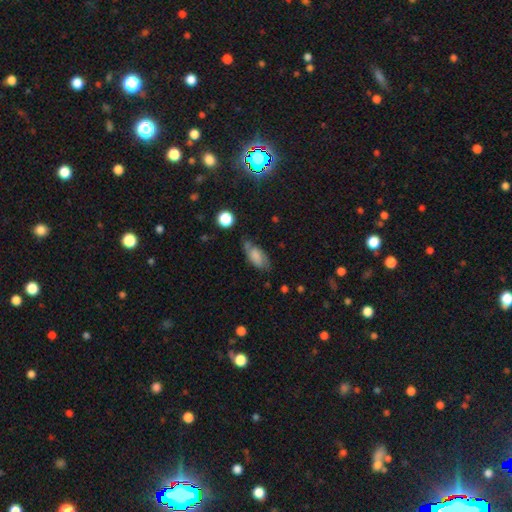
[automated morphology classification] smooth-or-featured: smooth: 66% | featured or disk: 25% | star or artifact: 9%
  how-rounded: in between: 87% | cigar-shaped: 9% | round: 4%
  merging: none: 56% | minor disturbance: 29% | major disturbance: 10% | merger: 5%